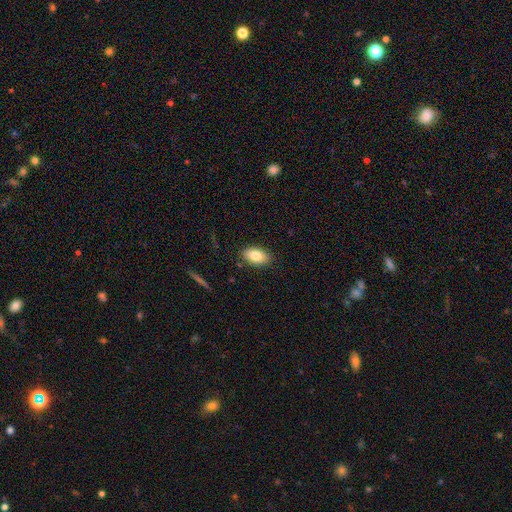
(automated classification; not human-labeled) smooth_or_featured: smooth (p=0.81) [alt: featured or disk p=0.11]
how_rounded: in between (p=0.92) [alt: round p=0.06]
merging: none (p=0.86) [alt: minor disturbance p=0.10]